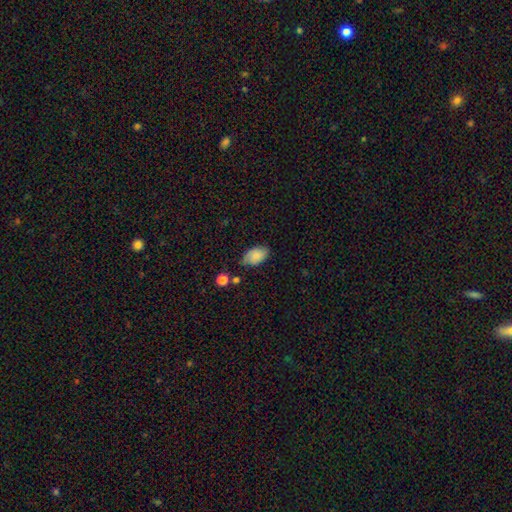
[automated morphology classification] Smooth or featured? smooth (69%)
How rounded? in between (91%)
Merging? none (65%)